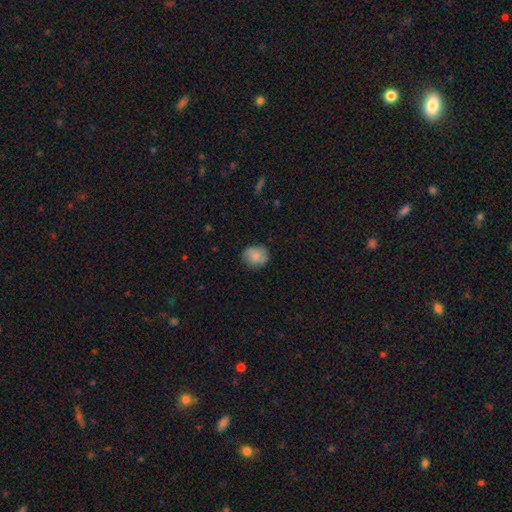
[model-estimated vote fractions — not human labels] Smooth or featured?
  - smooth: 75% *
  - featured or disk: 18%
  - star or artifact: 8%
How rounded?
  - round: 74% *
  - in between: 25%
  - cigar-shaped: 1%
Merging?
  - none: 76% *
  - minor disturbance: 18%
  - major disturbance: 4%
  - merger: 1%